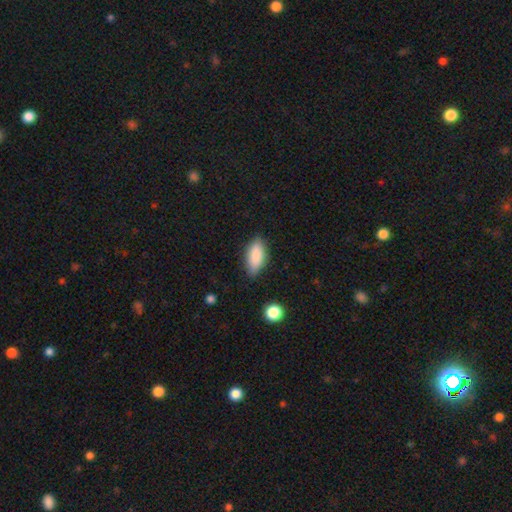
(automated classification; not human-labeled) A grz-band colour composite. It shows a smooth galaxy with no disk features (87%) that is in between round and cigar-shaped (86%). Merging: none (81%).